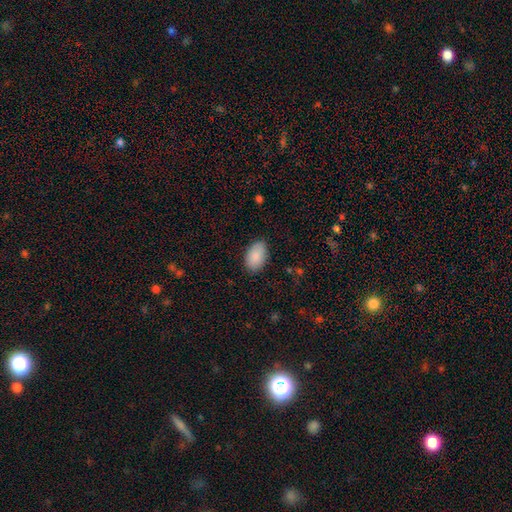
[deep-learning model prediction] smooth-or-featured: smooth: 89% | star or artifact: 6% | featured or disk: 5%
  how-rounded: in between: 94% | round: 5% | cigar-shaped: 1%
  merging: none: 86% | minor disturbance: 10% | major disturbance: 2% | merger: 1%